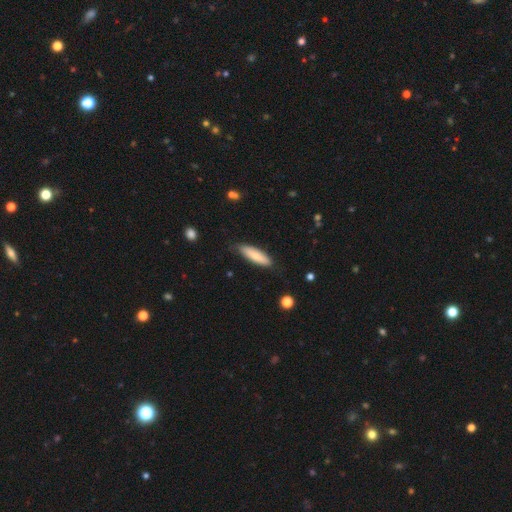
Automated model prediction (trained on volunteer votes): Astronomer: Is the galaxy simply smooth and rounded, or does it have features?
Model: smooth — 78%.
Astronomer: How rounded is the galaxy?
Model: cigar-shaped — 59% (runner-up: in between, 39%).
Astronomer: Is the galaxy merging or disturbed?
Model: none — 79%.